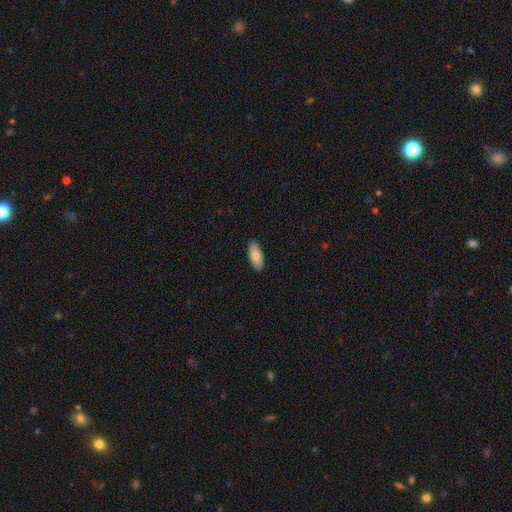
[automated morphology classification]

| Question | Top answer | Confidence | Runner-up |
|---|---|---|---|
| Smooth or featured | smooth | 81% | featured or disk (13%) |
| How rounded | in between | 82% | cigar-shaped (16%) |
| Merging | none | 89% | minor disturbance (8%) |